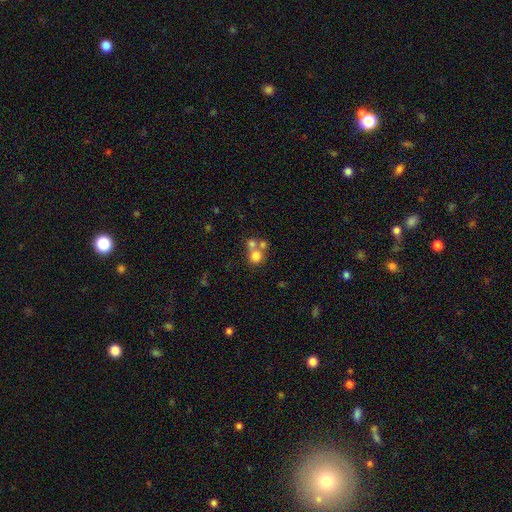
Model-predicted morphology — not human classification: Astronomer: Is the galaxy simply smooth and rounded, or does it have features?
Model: smooth — 71%.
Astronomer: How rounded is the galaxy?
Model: round — 83%.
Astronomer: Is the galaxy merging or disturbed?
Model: merger — 51% (runner-up: none, 38%).